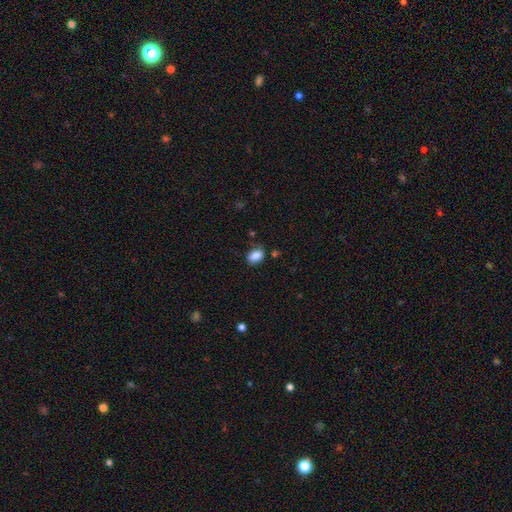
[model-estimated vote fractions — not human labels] Smooth or featured? Predicted: smooth (p=0.86). How rounded? Predicted: in between (p=0.83). Merging? Predicted: none (p=0.73).